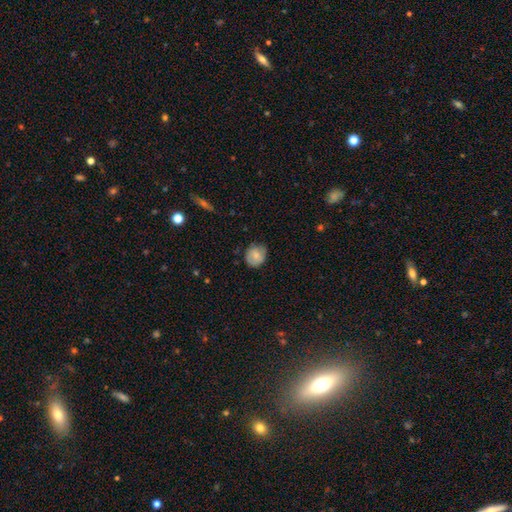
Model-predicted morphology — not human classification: This appears to be a smooth galaxy with no disk features (74%) that is round (73%). Merging: none (69%).